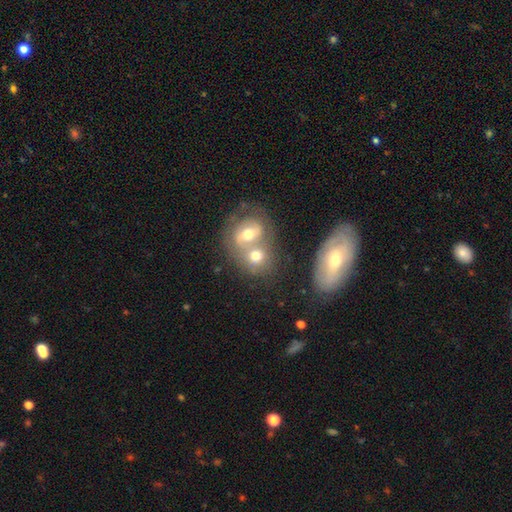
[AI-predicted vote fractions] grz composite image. It shows a smooth galaxy with no disk features (50%) that is round (63%). Merging: merger (62%).